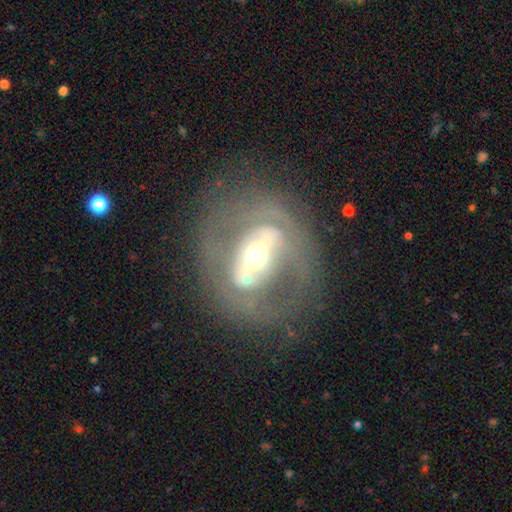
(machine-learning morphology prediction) Overall: featured or disk (77%). Edge-on disk: no (91%). Bar: strong (49%; weak 26%). Spiral arms: no (54%; yes 46%). Bulge size: moderate (62%; small 23%). Merging: none (63%).